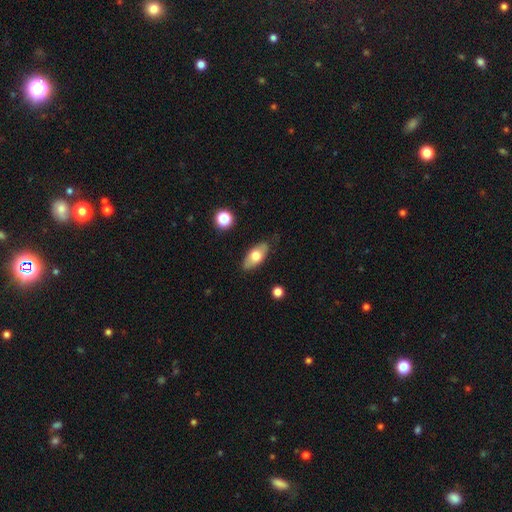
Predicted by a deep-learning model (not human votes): This appears to be a smooth galaxy with no disk features (67%) that is in between round and cigar-shaped (88%). Merging: none (81%).